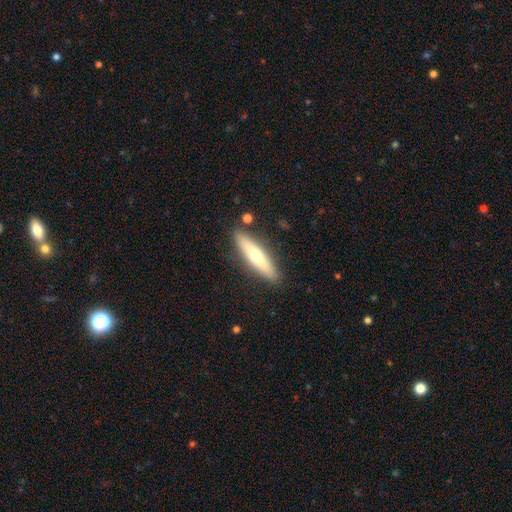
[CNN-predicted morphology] type=smooth (57%); roundness=cigar-shaped (79%); merging=none (86%).